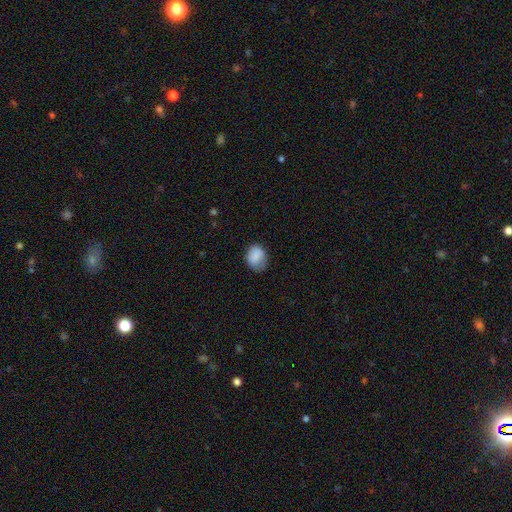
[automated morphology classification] This is clearly a smooth galaxy (85%). How rounded: possibly in between (50%). Merging: likely none (64%).